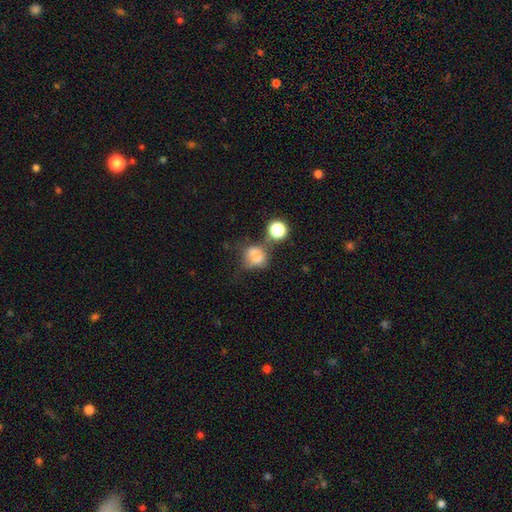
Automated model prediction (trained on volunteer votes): smooth_or_featured: smooth (p=0.68) [alt: featured or disk p=0.17]
how_rounded: round (p=0.49) [tied with: in between p=0.49]
merging: none (p=0.35) [alt: minor disturbance p=0.24]